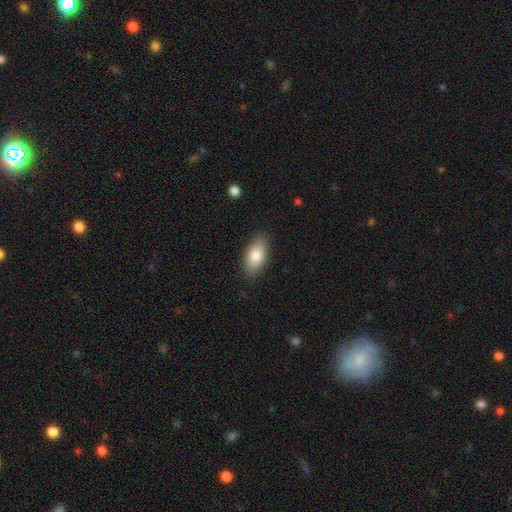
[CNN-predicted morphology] A smooth galaxy with no disk features (80%) that is in between round and cigar-shaped (92%). Merging: none (87%).